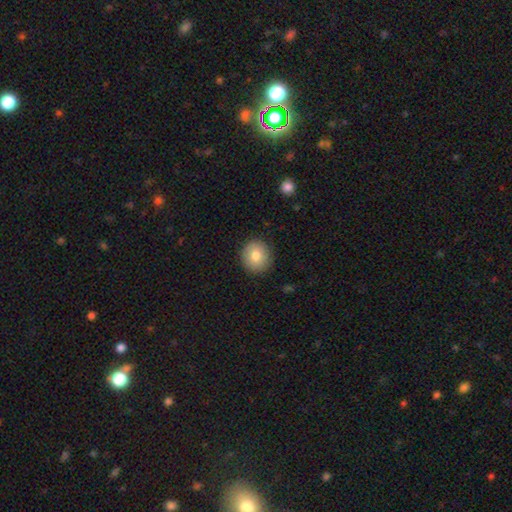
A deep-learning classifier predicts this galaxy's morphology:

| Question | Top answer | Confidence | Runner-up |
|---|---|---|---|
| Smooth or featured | smooth | 80% | featured or disk (11%) |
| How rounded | round | 86% | in between (13%) |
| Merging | none | 89% | minor disturbance (7%) |